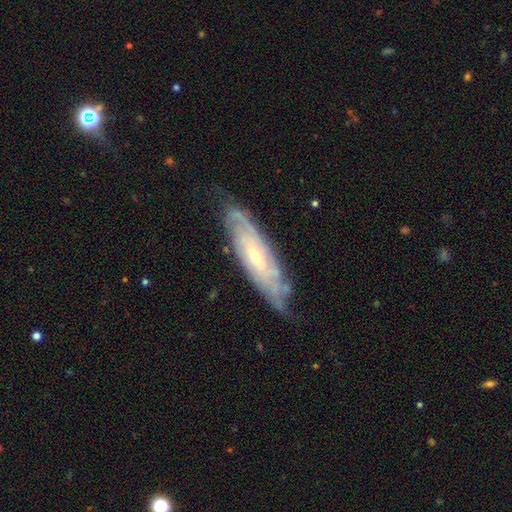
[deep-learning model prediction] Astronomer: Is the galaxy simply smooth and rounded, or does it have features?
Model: featured or disk — 81%.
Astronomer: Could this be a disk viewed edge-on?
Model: no — 75%.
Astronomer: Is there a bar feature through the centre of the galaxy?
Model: no — 53% (runner-up: weak, 37%).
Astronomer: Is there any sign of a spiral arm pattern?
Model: yes — 93%.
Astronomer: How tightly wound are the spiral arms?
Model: tight — 68%.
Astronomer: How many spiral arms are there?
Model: can't tell — 53%.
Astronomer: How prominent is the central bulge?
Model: small — 58% (runner-up: moderate, 38%).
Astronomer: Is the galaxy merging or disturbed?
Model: none — 72%.